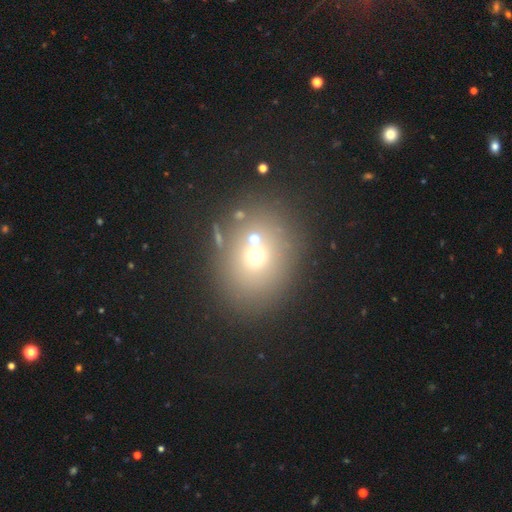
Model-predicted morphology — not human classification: smooth 59%, star or artifact 25%, featured or disk 16%. Down the decision tree: how rounded — round (60%); merging — none (69%).